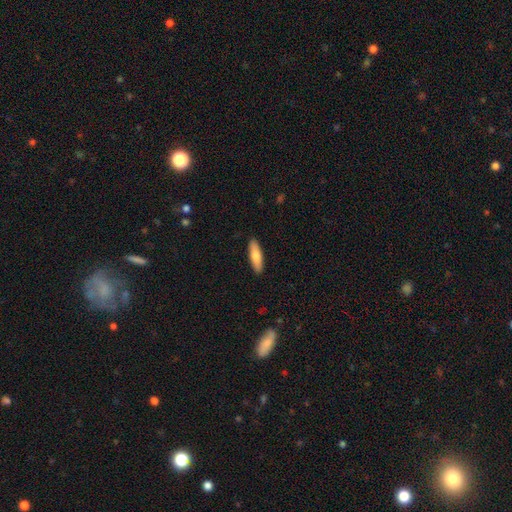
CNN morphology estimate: smooth_or_featured: smooth (p=0.75) [alt: featured or disk p=0.19]
how_rounded: cigar-shaped (p=0.60) [alt: in between p=0.38]
merging: none (p=0.91) [alt: minor disturbance p=0.07]